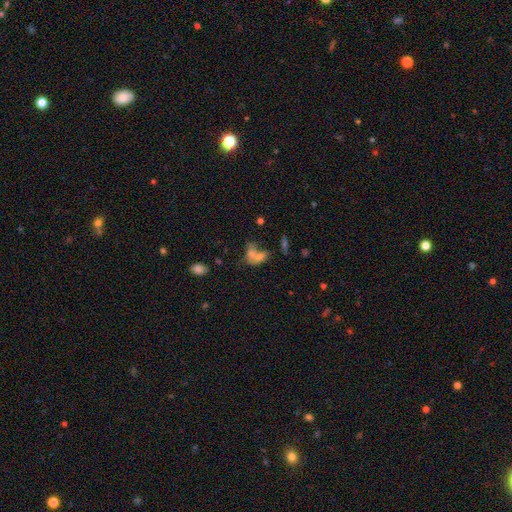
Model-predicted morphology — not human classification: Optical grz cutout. It shows a smooth galaxy with no disk features (65%) that is in between round and cigar-shaped (75%). Merging: merger (60%).